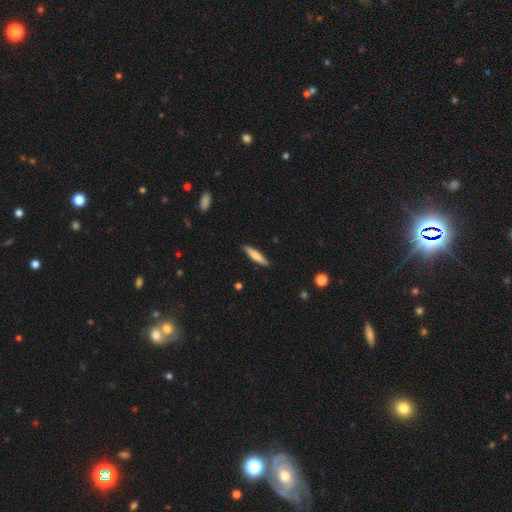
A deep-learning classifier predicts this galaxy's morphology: smooth-or-featured: smooth: 68% | featured or disk: 27% | star or artifact: 6%
  how-rounded: cigar-shaped: 84% | in between: 14% | round: 1%
  merging: none: 90% | minor disturbance: 8% | major disturbance: 2% | merger: 1%